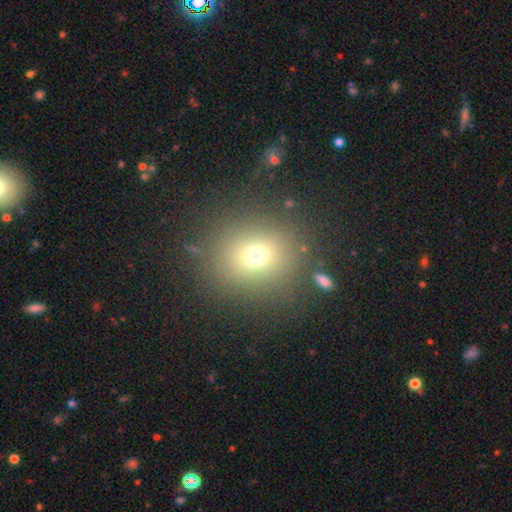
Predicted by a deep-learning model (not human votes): Smooth or featured: smooth — 69% (star or artifact — 20%)
How rounded: round — 84% (in between — 15%)
Merging: none — 82% (minor disturbance — 8%)